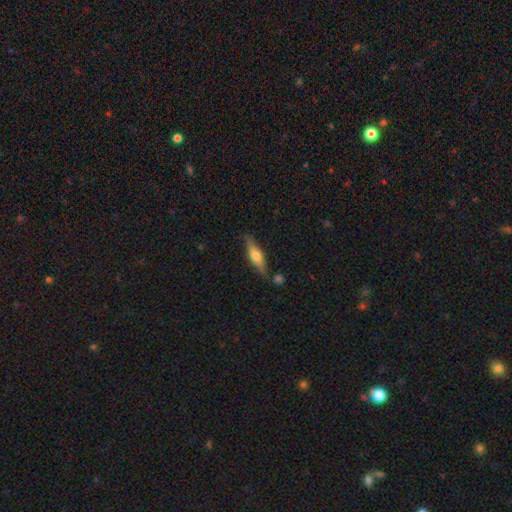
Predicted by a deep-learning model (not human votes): smooth-or-featured: featured or disk: 48% | smooth: 46% | star or artifact: 6%
  merging: none: 78% | minor disturbance: 14% | merger: 5% | major disturbance: 3%